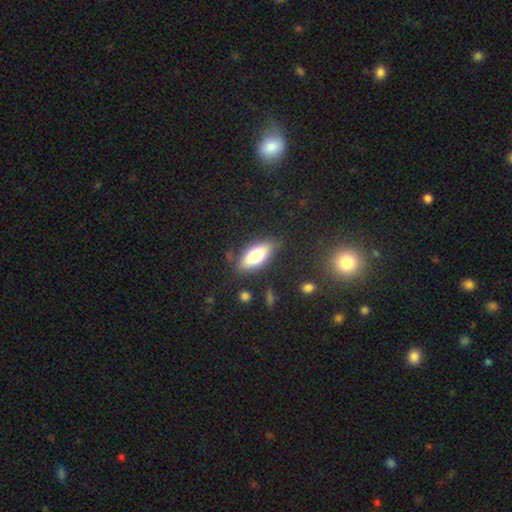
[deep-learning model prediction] This appears to be a smooth galaxy with no disk features (71%) that is in between round and cigar-shaped (77%). Merging: none (81%).